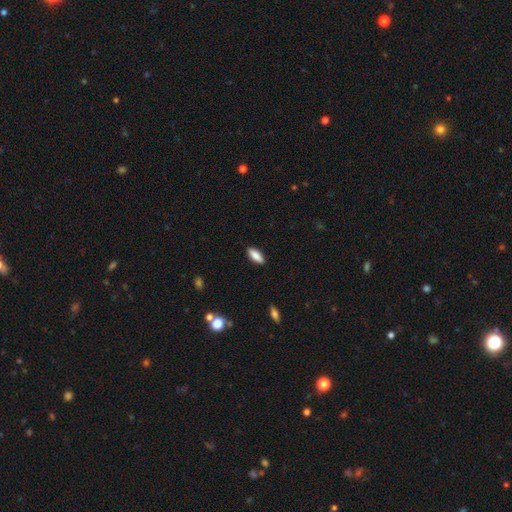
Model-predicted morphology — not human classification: This appears to be a smooth galaxy with no disk features (83%) that is in between round and cigar-shaped (74%). Merging: none (89%).